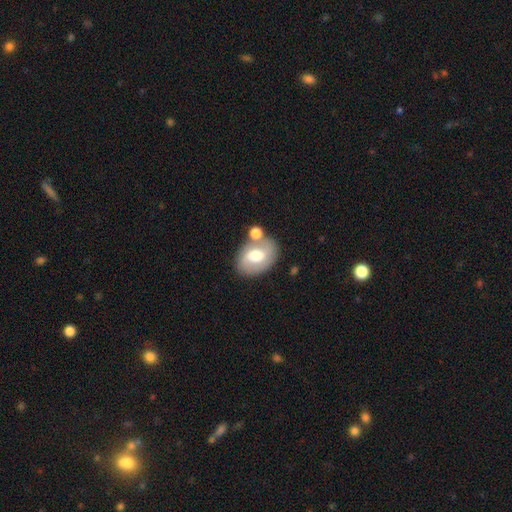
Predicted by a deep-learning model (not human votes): The model was most divided on "smooth or featured": smooth: 51%, featured or disk: 42%, star or artifact: 7%. More confident: how rounded — in between (77%); merging — none (56%).